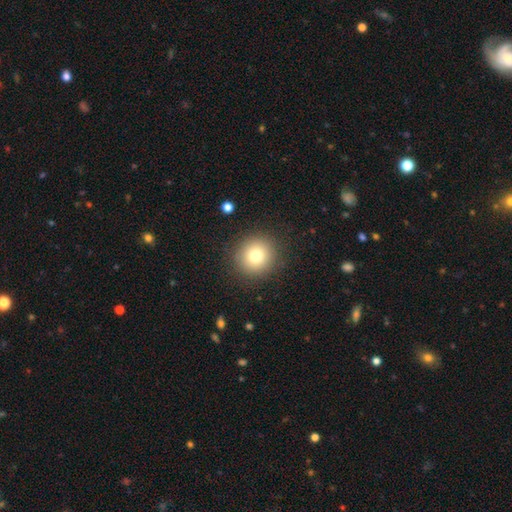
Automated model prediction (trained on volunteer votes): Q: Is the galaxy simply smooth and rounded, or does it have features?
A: smooth — 77%.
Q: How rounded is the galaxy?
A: round — 93%.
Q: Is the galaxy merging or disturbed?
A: none — 89%.